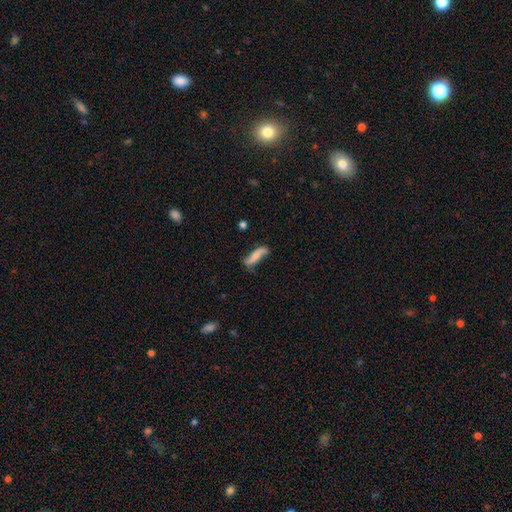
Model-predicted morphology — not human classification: type=smooth (53%); roundness=cigar-shaped (61%); merging=none (62%).